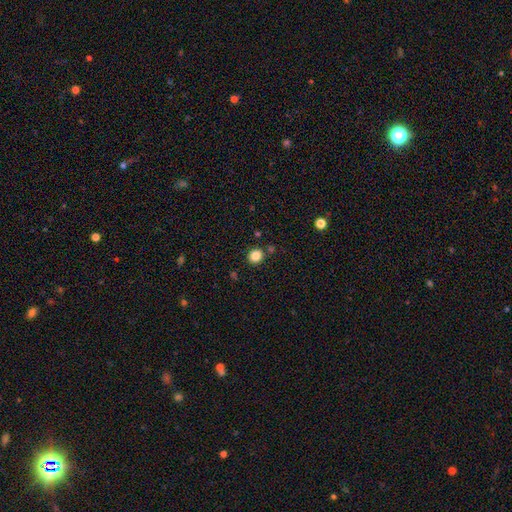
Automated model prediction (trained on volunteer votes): This appears to be a smooth galaxy with no disk features (84%) that is round (85%). Merging: none (86%).